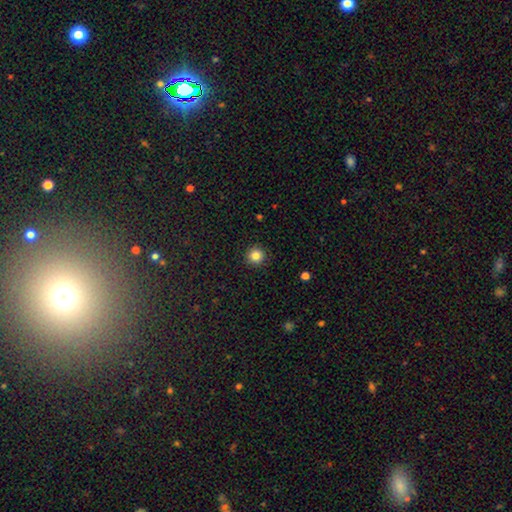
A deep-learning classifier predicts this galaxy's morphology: Overall: smooth (84%). How rounded: round (95%). Merging: none (92%).